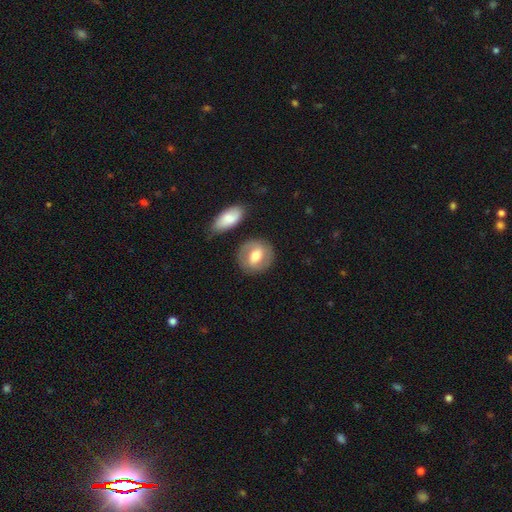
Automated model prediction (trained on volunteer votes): Q: Smooth or featured?
A: smooth (55%); runner-up: featured or disk (39%)
Q: How rounded?
A: round (74%); runner-up: in between (25%)
Q: Merging?
A: none (80%); runner-up: minor disturbance (11%)